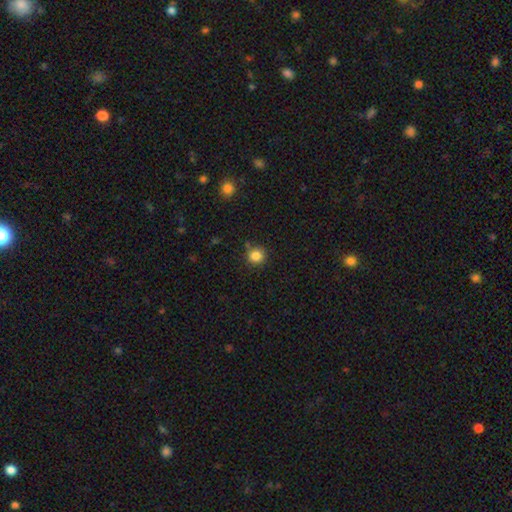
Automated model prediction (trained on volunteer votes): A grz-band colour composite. It shows a smooth galaxy with no disk features (84%) that is round (92%). Merging: none (78%).